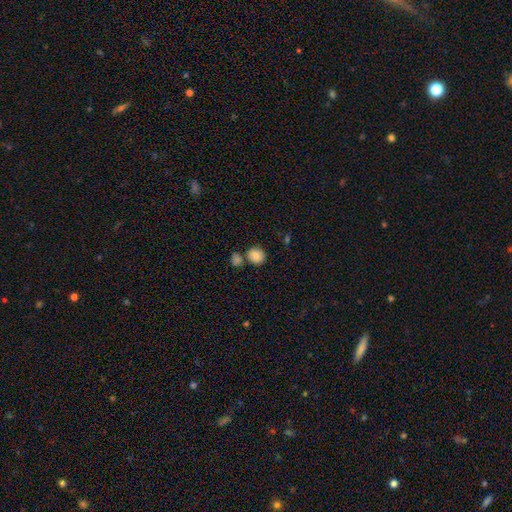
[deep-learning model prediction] smooth_or_featured: smooth (p=0.86) [alt: star or artifact p=0.09]
how_rounded: round (p=0.80) [alt: in between p=0.19]
merging: none (p=0.70) [alt: merger p=0.17]